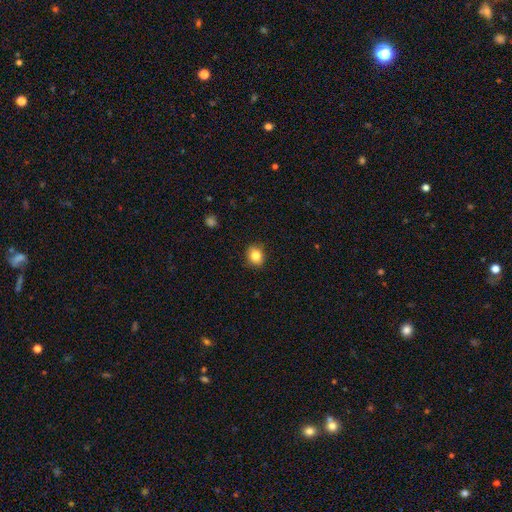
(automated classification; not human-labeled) The model was most divided on "how rounded": round: 69%, in between: 30%, cigar-shaped: 1%. More confident: merging — none (88%); smooth or featured — smooth (84%).